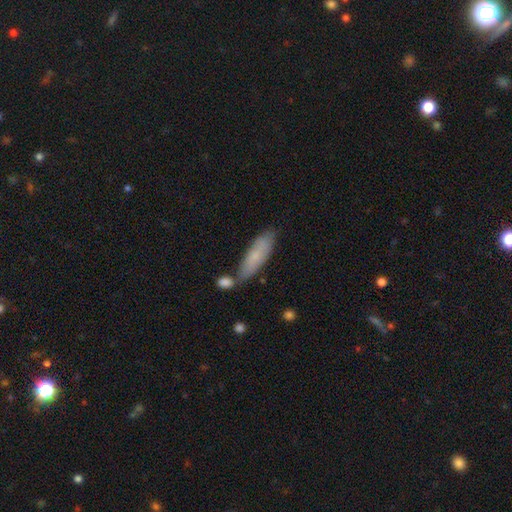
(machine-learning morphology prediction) smooth_or_featured: smooth (p=0.73) [alt: featured or disk p=0.20]
how_rounded: cigar-shaped (p=0.55) [alt: in between p=0.43]
merging: none (p=0.61) [alt: minor disturbance p=0.19]